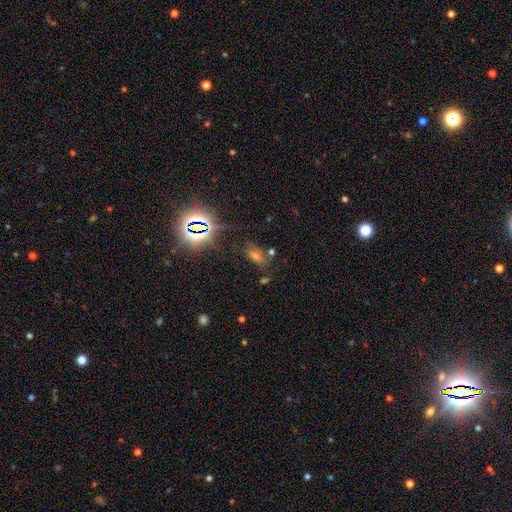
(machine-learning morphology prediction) Smooth or featured?
  - star or artifact: 49% *
  - smooth: 37%
  - featured or disk: 14%